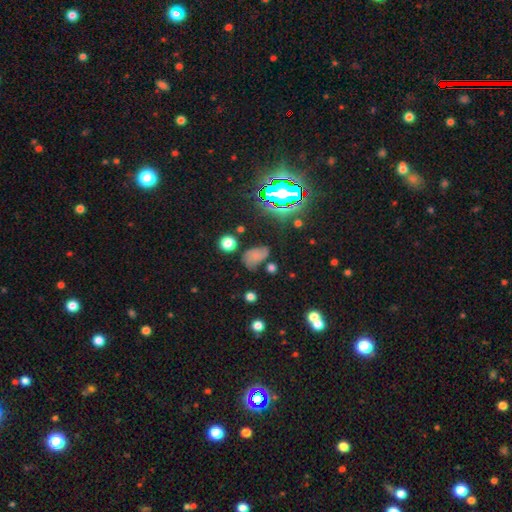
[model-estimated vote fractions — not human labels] Smooth or featured? smooth (52%)
How rounded? in between (81%)
Merging? none (46%)